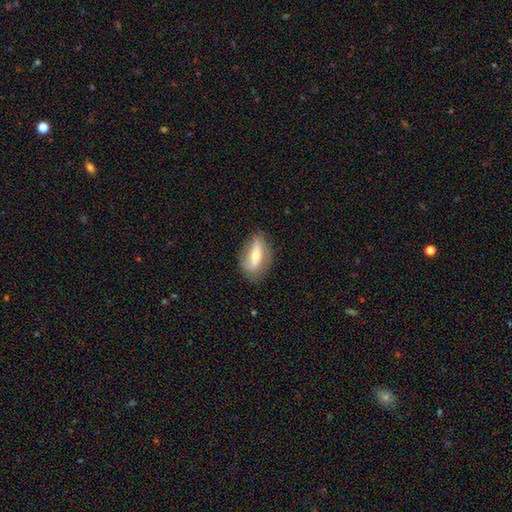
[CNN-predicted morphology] Q: Smooth or featured?
A: featured or disk (54%); runner-up: smooth (38%)
Q: Edge-on disk?
A: no (71%); runner-up: yes (29%)
Q: Merging?
A: none (73%); runner-up: minor disturbance (20%)